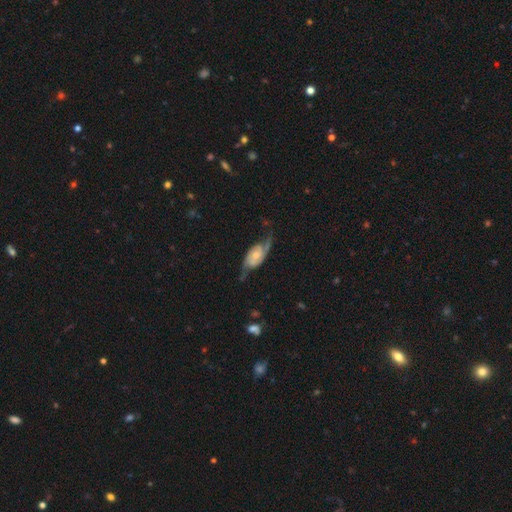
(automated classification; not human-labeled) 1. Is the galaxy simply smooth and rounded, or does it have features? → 78% featured or disk, 16% smooth, 6% star or artifact.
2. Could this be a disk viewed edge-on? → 93% no, 7% yes.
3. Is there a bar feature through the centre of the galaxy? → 60% no, 32% weak, 8% strong.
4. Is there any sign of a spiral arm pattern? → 94% yes, 6% no.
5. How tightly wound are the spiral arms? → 41% medium, 38% loose, 21% tight.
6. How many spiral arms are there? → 88% 2, 6% can't tell, 3% 1, 2% 3, 1% 4, 1% more than 4.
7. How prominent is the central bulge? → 48% small, 35% moderate, 9% none, 6% large, 2% dominant.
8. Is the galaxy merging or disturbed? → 59% none, 23% minor disturbance, 15% major disturbance, 2% merger.